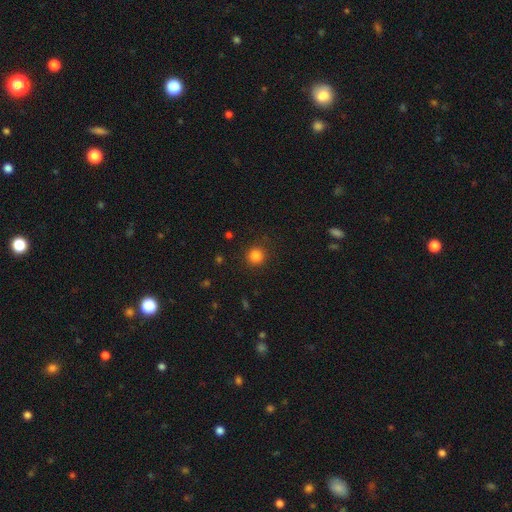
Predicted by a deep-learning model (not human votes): The model was most divided on "smooth or featured": smooth: 83%, star or artifact: 13%, featured or disk: 4%. More confident: how rounded — round (93%); merging — none (90%).